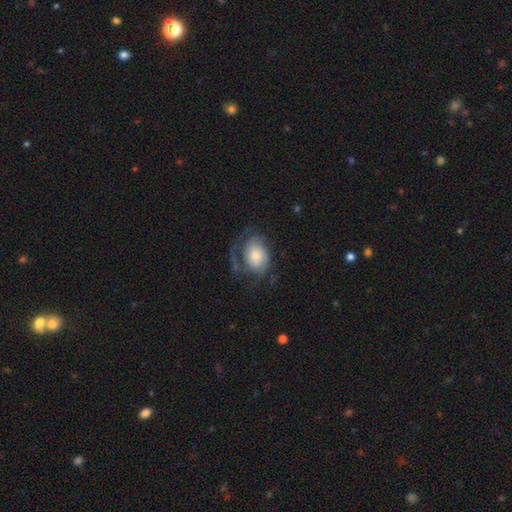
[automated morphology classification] Smooth or featured? featured or disk (55%)
Edge-on disk? no (97%)
Bar? no (77%)
Spiral arms? yes (82%)
Bulge size? moderate (39%)
Merging? none (40%)